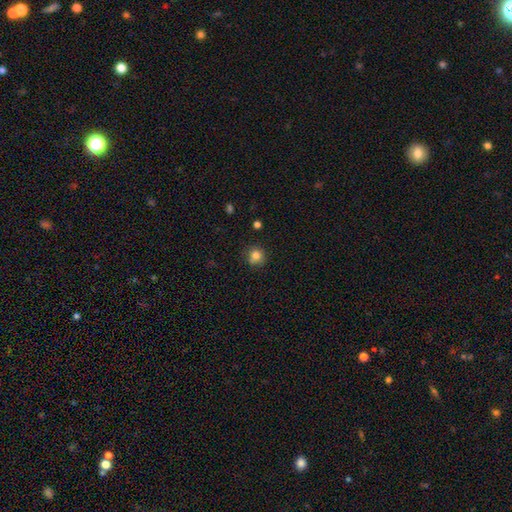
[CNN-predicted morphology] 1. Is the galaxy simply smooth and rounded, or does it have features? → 81% smooth, 12% star or artifact, 8% featured or disk.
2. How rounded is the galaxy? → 89% round, 10% in between, 1% cigar-shaped.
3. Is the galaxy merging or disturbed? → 73% none, 15% minor disturbance, 8% merger, 3% major disturbance.